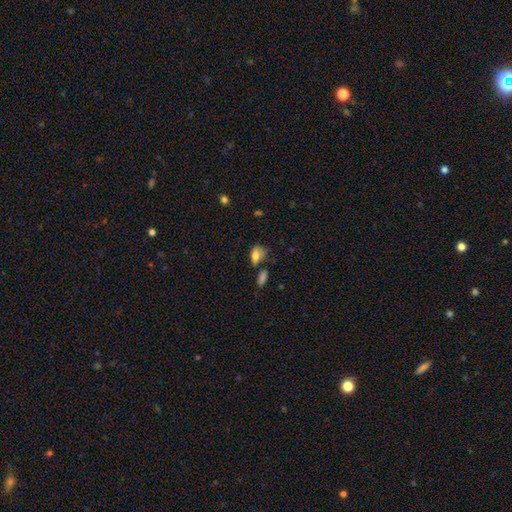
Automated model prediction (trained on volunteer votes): Overall: smooth (76%). How rounded: in between (82%). Merging: none (41%; minor disturbance 29%).